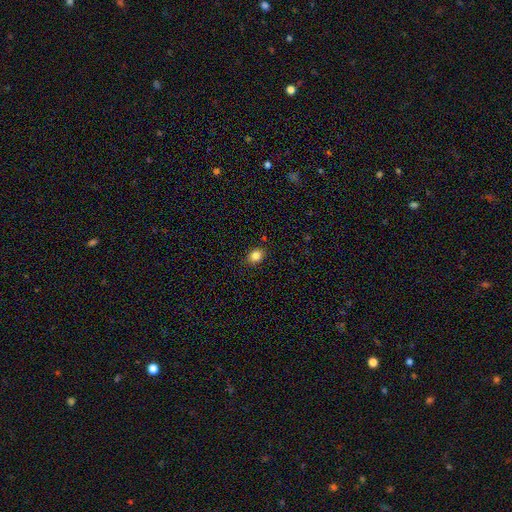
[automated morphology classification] smooth-or-featured: smooth: 84% | star or artifact: 11% | featured or disk: 5%
  how-rounded: in between: 55% | round: 44% | cigar-shaped: 1%
  merging: none: 87% | minor disturbance: 10% | major disturbance: 2% | merger: 1%